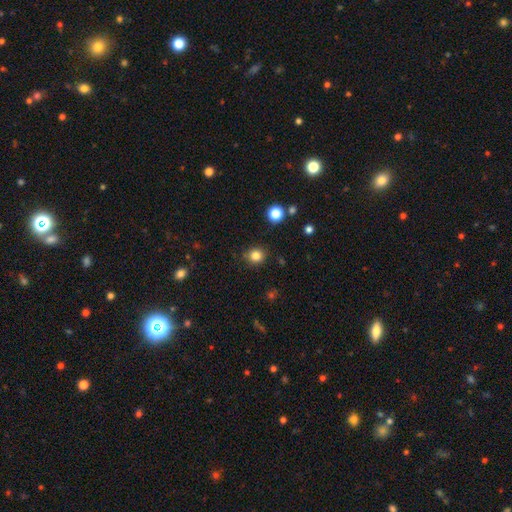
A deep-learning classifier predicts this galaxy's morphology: The model was most divided on "smooth or featured": smooth: 83%, star or artifact: 12%, featured or disk: 5%. More confident: merging — none (87%); how rounded — round (86%).